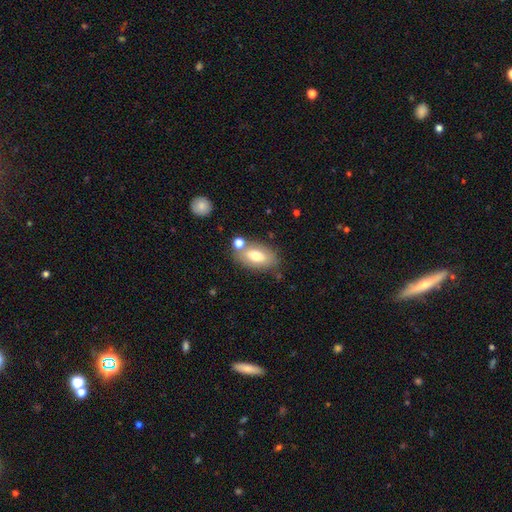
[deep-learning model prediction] A smooth galaxy with no disk features (69%) that is in between round and cigar-shaped (90%). Merging: none (66%).